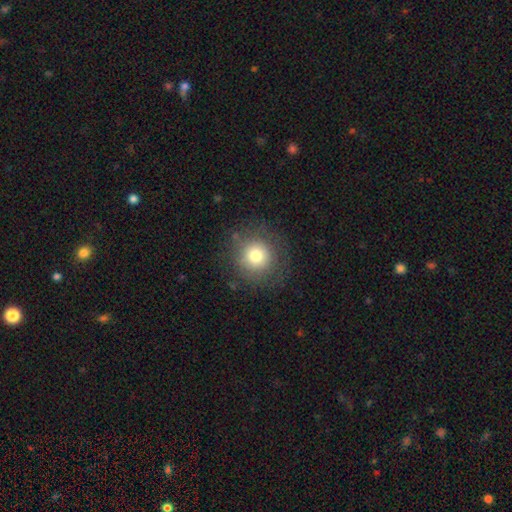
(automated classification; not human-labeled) Smooth or featured?
  - smooth: 76% *
  - featured or disk: 12%
  - star or artifact: 12%
How rounded?
  - round: 93% *
  - in between: 6%
  - cigar-shaped: 1%
Merging?
  - none: 82% *
  - minor disturbance: 11%
  - major disturbance: 6%
  - merger: 1%